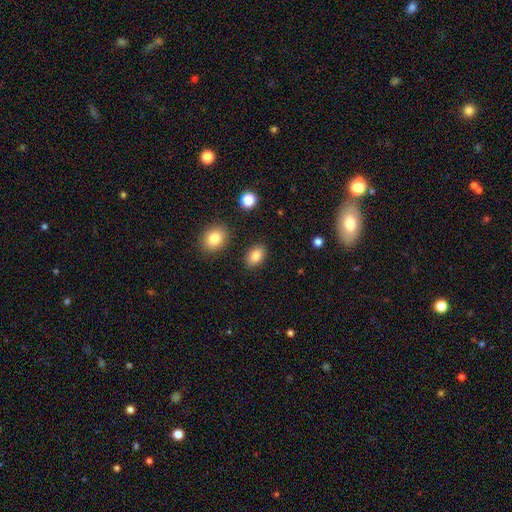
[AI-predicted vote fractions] The model was most divided on "how rounded": in between: 87%, round: 12%, cigar-shaped: 2%. More confident: merging — none (86%); smooth or featured — smooth (84%).